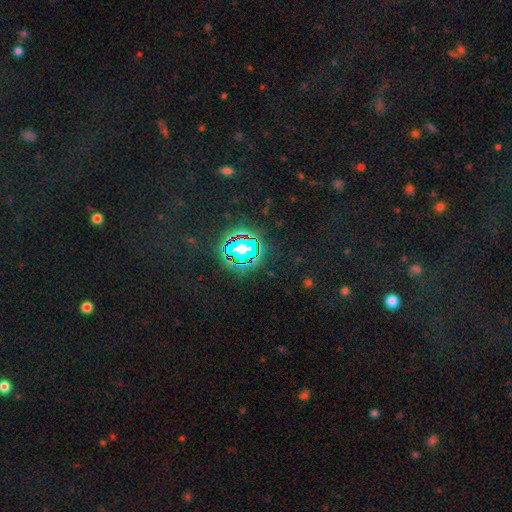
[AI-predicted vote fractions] Overall: star or artifact (76%).